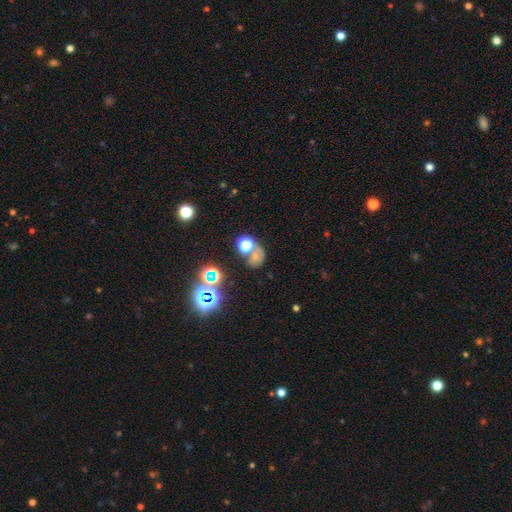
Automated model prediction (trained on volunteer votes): Smooth or featured?
  - smooth: 50% *
  - star or artifact: 32%
  - featured or disk: 18%
Merging?
  - none: 38% *
  - merger: 37%
  - minor disturbance: 13%
  - major disturbance: 12%